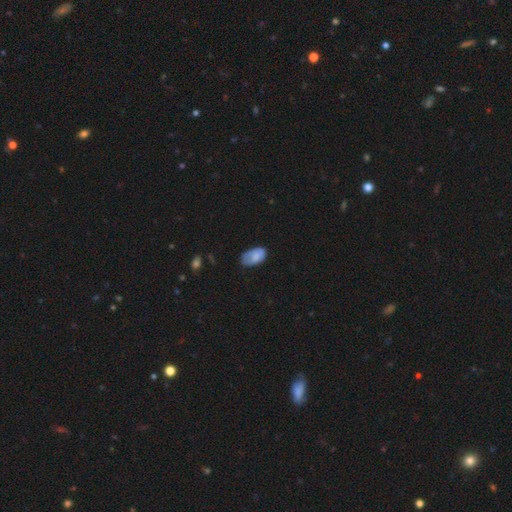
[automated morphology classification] Smooth or featured? smooth (73%)
How rounded? in between (93%)
Merging? none (55%)